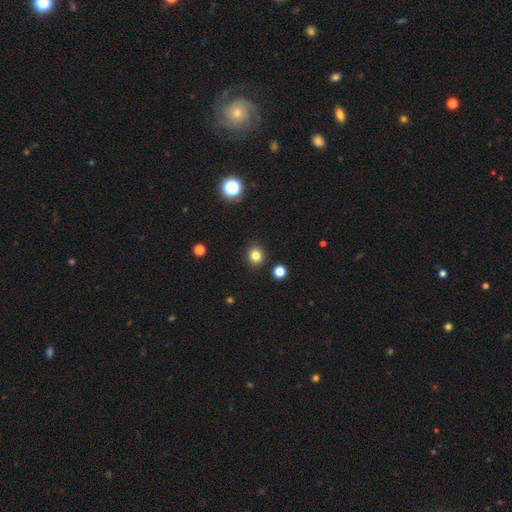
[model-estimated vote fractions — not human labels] Smooth or featured?
  - smooth: 83% *
  - star or artifact: 13%
  - featured or disk: 5%
How rounded?
  - round: 78% *
  - in between: 21%
  - cigar-shaped: 1%
Merging?
  - none: 90% *
  - minor disturbance: 6%
  - major disturbance: 2%
  - merger: 2%